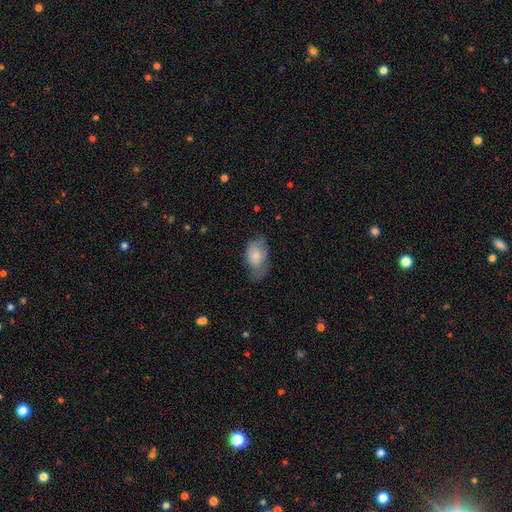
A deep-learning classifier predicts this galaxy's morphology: This appears to be a smooth galaxy with no disk features (74%) that is in between round and cigar-shaped (90%). Merging: none (45%).